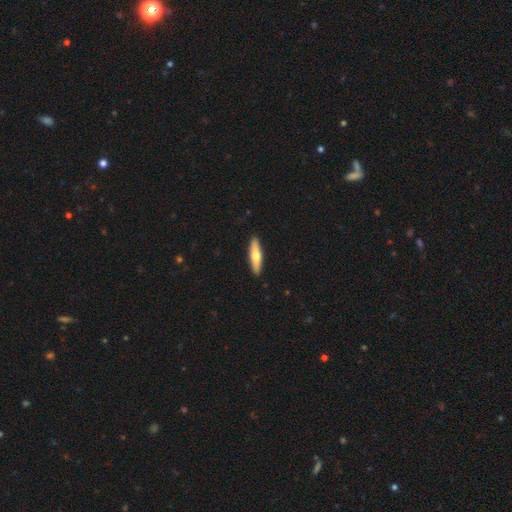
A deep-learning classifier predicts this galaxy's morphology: Smooth or featured: smooth — 56% (featured or disk — 39%)
How rounded: cigar-shaped — 73% (in between — 25%)
Merging: none — 91% (minor disturbance — 7%)